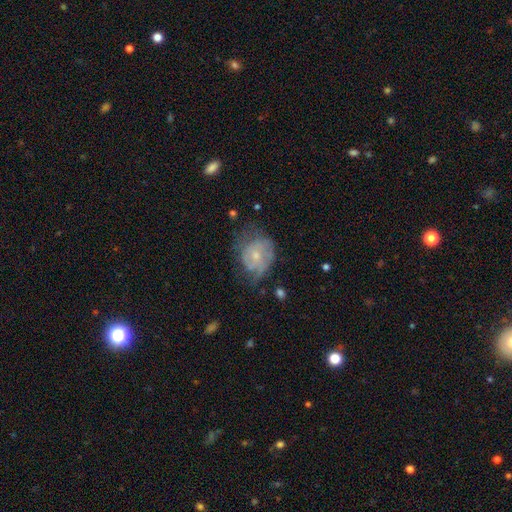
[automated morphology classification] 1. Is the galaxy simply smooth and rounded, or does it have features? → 59% featured or disk, 33% smooth, 8% star or artifact.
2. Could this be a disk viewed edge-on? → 97% no, 3% yes.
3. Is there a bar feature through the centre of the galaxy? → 81% no, 17% weak, 2% strong.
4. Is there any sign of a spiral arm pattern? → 72% yes, 28% no.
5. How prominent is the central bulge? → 62% small, 32% moderate, 4% none, 2% large, 1% dominant.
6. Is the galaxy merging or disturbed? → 44% none, 31% minor disturbance, 23% major disturbance, 2% merger.